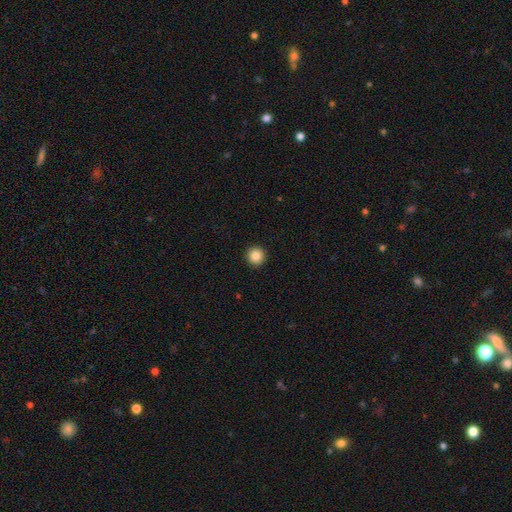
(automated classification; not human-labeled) Q: Smooth or featured?
A: smooth (86%); runner-up: star or artifact (10%)
Q: How rounded?
A: round (95%); runner-up: in between (4%)
Q: Merging?
A: none (93%); runner-up: minor disturbance (4%)